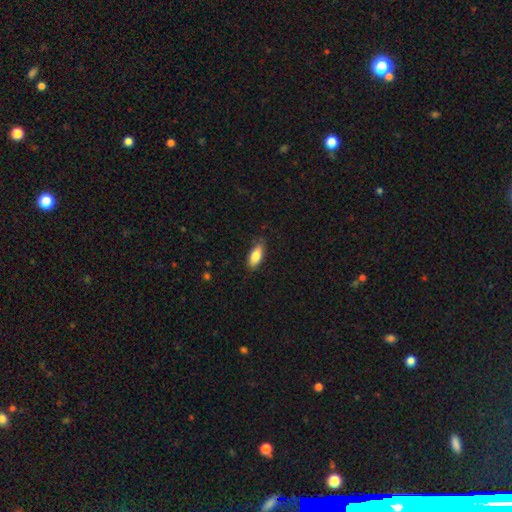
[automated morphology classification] smooth-or-featured: smooth: 82% | featured or disk: 12% | star or artifact: 6%
  how-rounded: in between: 82% | cigar-shaped: 16% | round: 3%
  merging: none: 79% | minor disturbance: 17% | major disturbance: 3% | merger: 1%